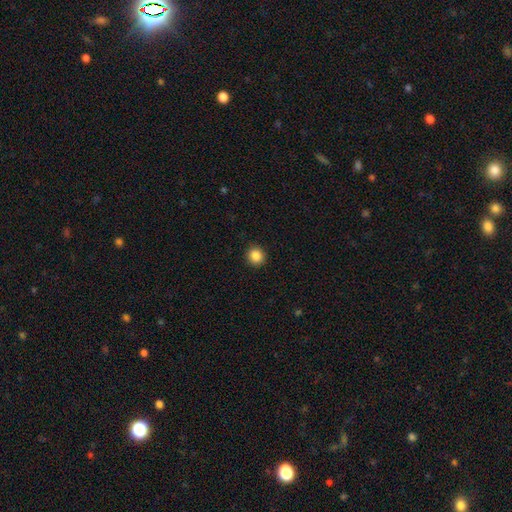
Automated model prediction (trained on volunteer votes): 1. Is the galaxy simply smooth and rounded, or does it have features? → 86% smooth, 10% star or artifact, 4% featured or disk.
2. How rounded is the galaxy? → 88% round, 11% in between, 1% cigar-shaped.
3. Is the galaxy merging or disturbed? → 92% none, 5% minor disturbance, 2% major disturbance, 1% merger.